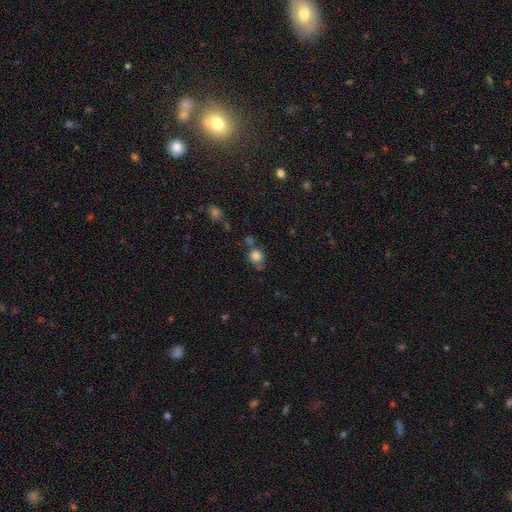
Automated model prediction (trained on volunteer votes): Smooth or featured: smooth — 81% (star or artifact — 12%)
How rounded: round — 82% (in between — 17%)
Merging: none — 57% (minor disturbance — 19%)